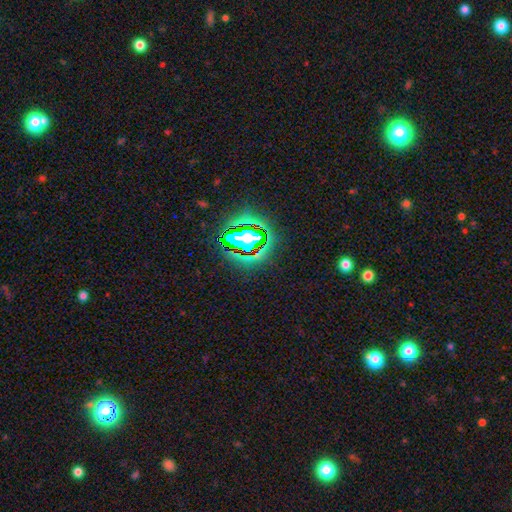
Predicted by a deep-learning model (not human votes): Smooth or featured?
  - star or artifact: 69% *
  - smooth: 19%
  - featured or disk: 13%